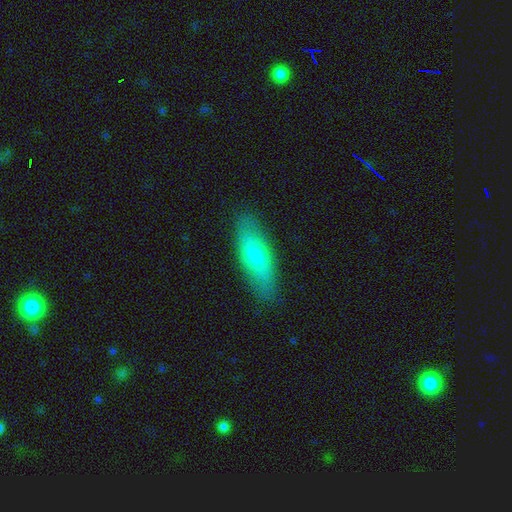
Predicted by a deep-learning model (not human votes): A smooth galaxy with no disk features (65%) that is in between round and cigar-shaped (59%).

Vote fractions:
- Smooth or featured? smooth: 65% / featured or disk: 28% / star or artifact: 7%
- How rounded? in between: 59% / cigar-shaped: 37% / round: 3%
- Merging? none: 86% / minor disturbance: 10% / major disturbance: 3% / merger: 1%